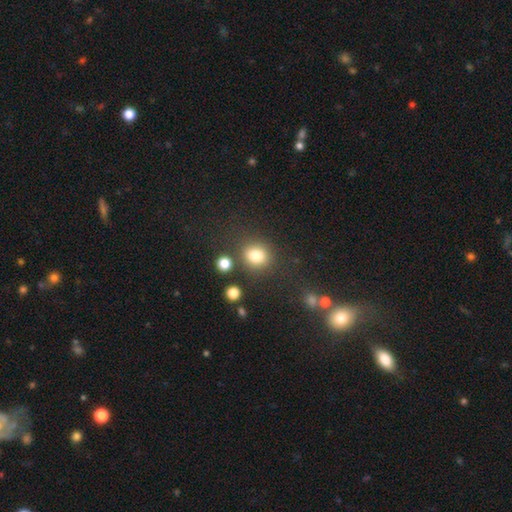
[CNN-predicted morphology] smooth_or_featured: smooth (p=0.81) [alt: star or artifact p=0.13]
how_rounded: round (p=0.77) [alt: in between p=0.22]
merging: none (p=0.77) [alt: minor disturbance p=0.11]